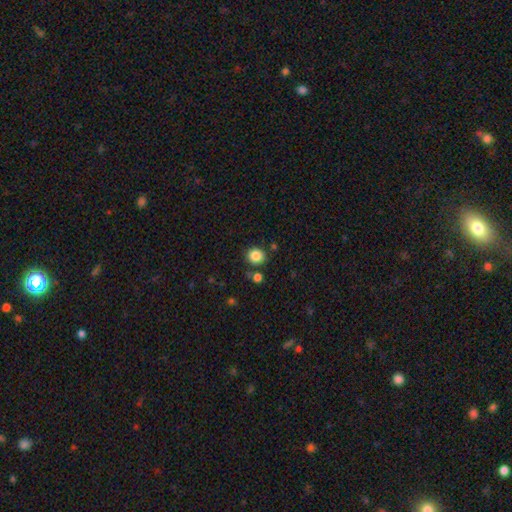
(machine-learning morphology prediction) A smooth galaxy with no disk features (86%) that is round (86%). Merging: none (82%).